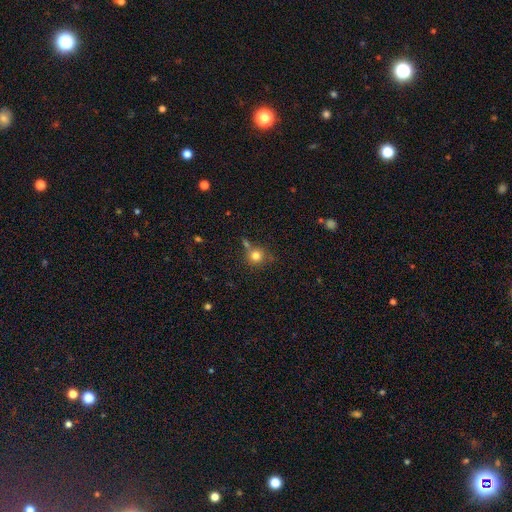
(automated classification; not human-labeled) Smooth or featured: smooth — 80% (star or artifact — 13%)
How rounded: round — 90% (in between — 9%)
Merging: none — 67% (merger — 15%)